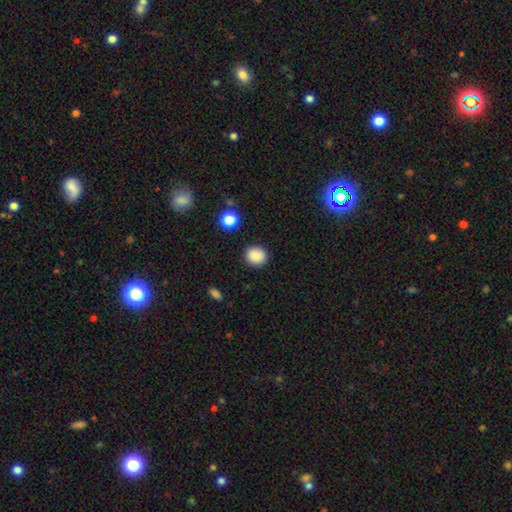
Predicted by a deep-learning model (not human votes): The model was most divided on "how rounded": round: 81%, in between: 18%, cigar-shaped: 1%. More confident: merging — none (89%); smooth or featured — smooth (87%).